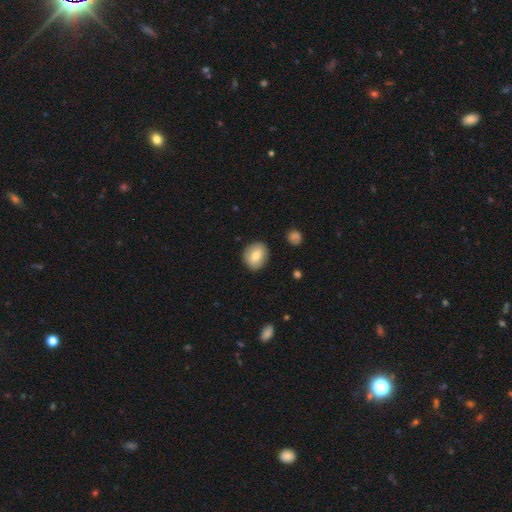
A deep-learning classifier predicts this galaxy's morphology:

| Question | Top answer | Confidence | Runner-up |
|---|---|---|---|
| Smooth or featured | smooth | 77% | featured or disk (15%) |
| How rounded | round | 63% | in between (36%) |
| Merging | none | 86% | minor disturbance (10%) |